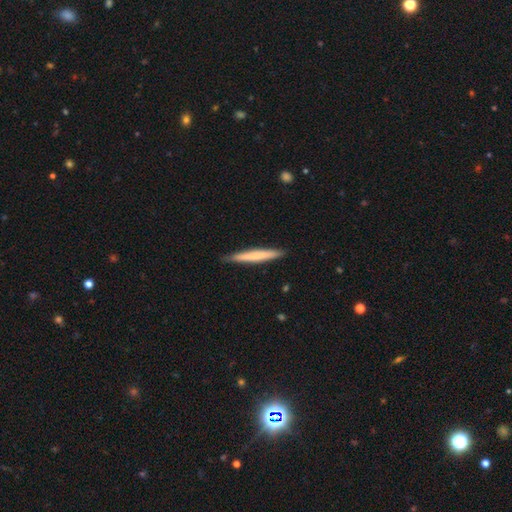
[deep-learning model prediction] Overall: smooth (66%; featured or disk 29%). How rounded: cigar-shaped (96%). Merging: none (88%).